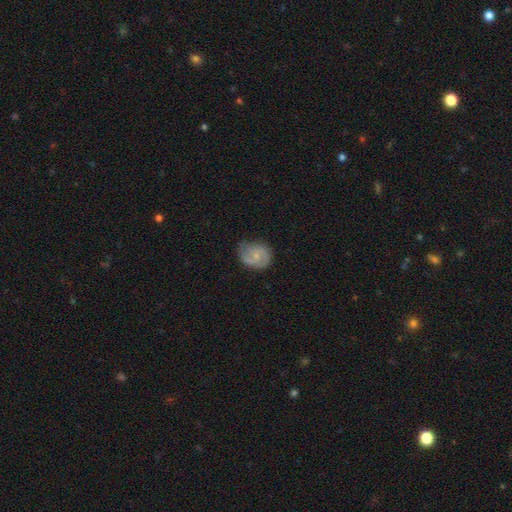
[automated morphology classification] This is likely a featured or disk galaxy (62%). It is clearly not viewed edge-on (98%). Bar: possibly no (57%). Spiral arm pattern: clearly yes (89%). Spiral arm count: likely 2 (74%). Spiral winding: possibly medium (48%). Central bulge: likely small (62%). Merging: likely none (60%).